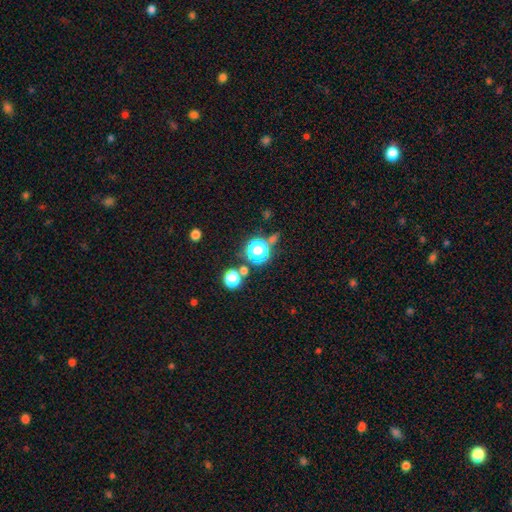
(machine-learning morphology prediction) Smooth or featured: star or artifact — 70% (smooth — 21%)